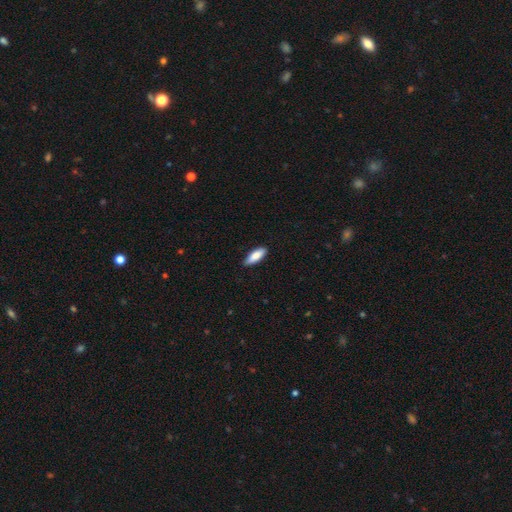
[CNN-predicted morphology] This is clearly a smooth galaxy (83%). How rounded: likely in between (64%). Merging: clearly none (84%).